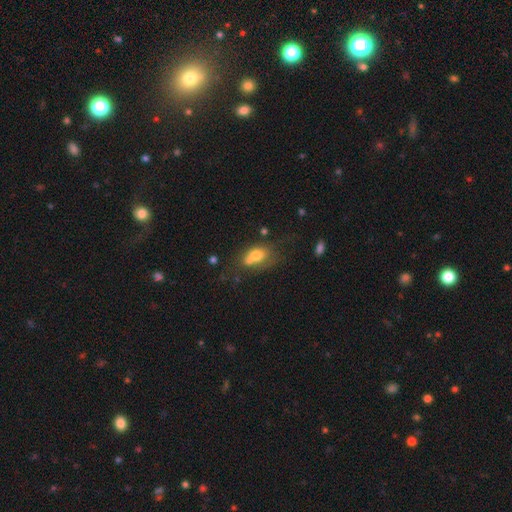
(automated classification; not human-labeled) Smooth or featured? Predicted: smooth (p=0.69). How rounded? Predicted: in between (p=0.68). Merging? Predicted: merger (p=0.45).